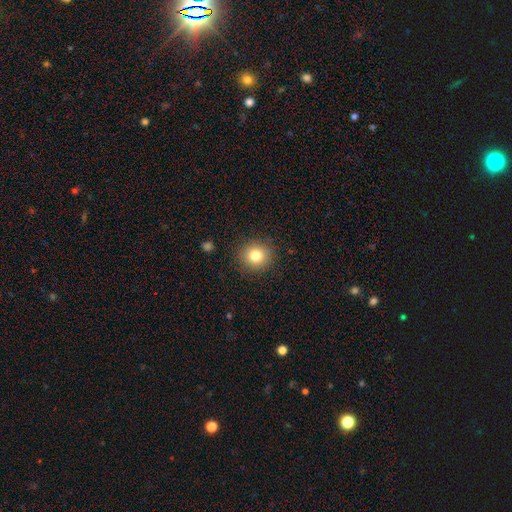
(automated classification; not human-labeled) Smooth or featured: smooth — 81% (star or artifact — 11%)
How rounded: round — 88% (in between — 11%)
Merging: none — 90% (minor disturbance — 7%)